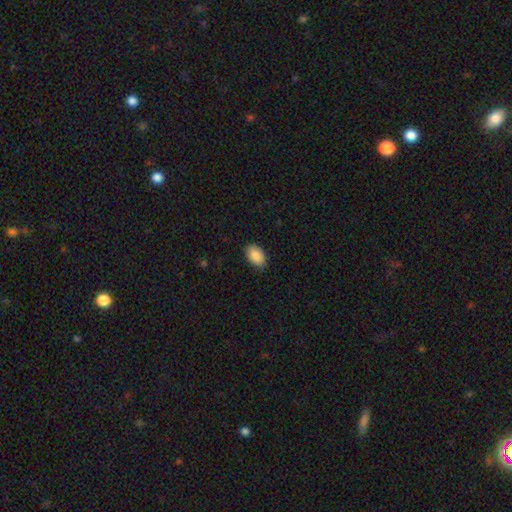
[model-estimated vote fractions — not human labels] Smooth or featured? smooth (89%)
How rounded? in between (93%)
Merging? none (86%)